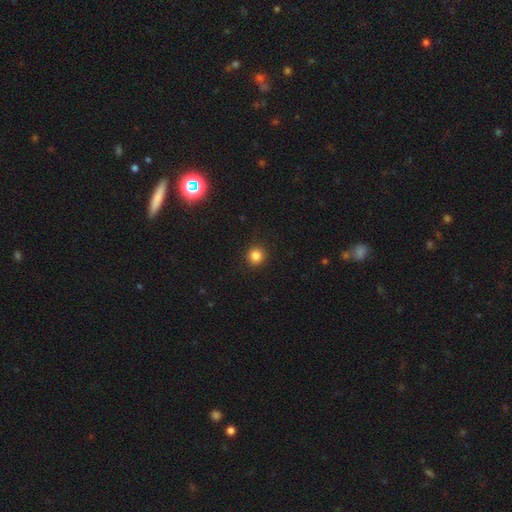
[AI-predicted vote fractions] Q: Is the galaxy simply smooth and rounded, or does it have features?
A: smooth — 84%.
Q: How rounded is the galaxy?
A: round — 93%.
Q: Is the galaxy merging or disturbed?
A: none — 92%.